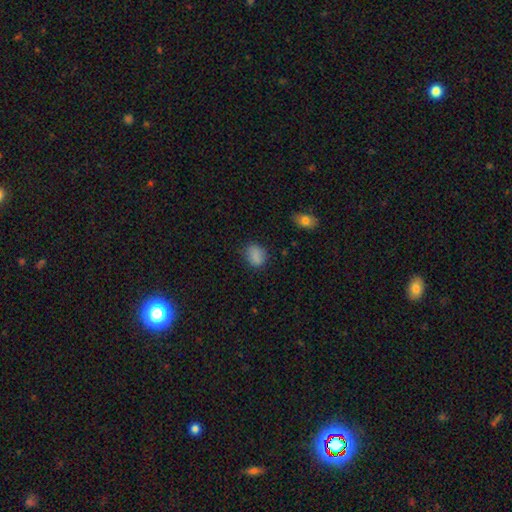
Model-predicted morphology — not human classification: type=smooth (84%); roundness=in between (55%); merging=none (74%).